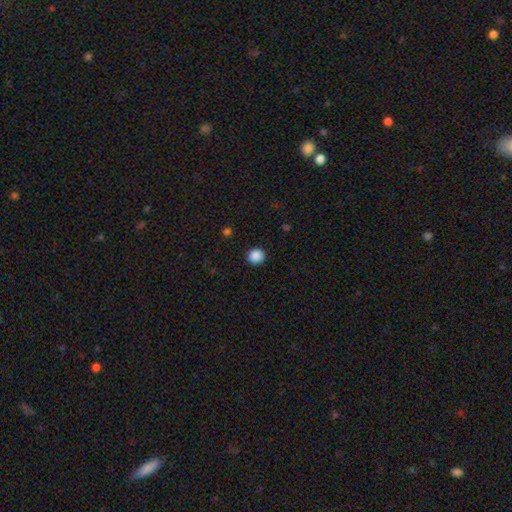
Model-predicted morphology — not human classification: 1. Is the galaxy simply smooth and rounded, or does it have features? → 88% smooth, 10% star or artifact, 2% featured or disk.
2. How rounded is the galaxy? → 89% round, 10% in between, 1% cigar-shaped.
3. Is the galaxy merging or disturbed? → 92% none, 5% minor disturbance, 2% major disturbance, 1% merger.